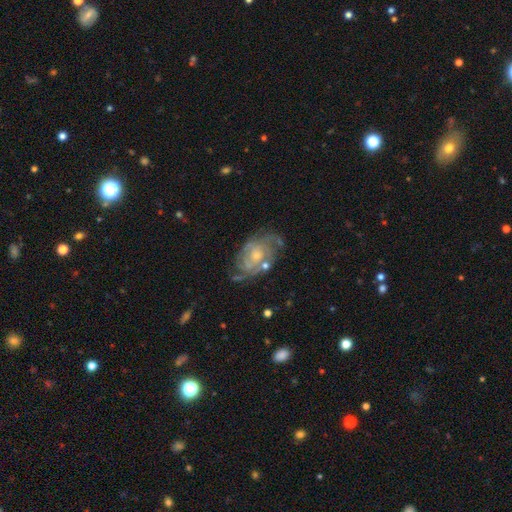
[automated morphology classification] Q: Smooth or featured?
A: featured or disk (81%); runner-up: smooth (12%)
Q: Edge-on disk?
A: no (97%); runner-up: yes (3%)
Q: Bar?
A: no (71%); runner-up: weak (25%)
Q: Spiral arms?
A: yes (91%); runner-up: no (9%)
Q: Spiral winding?
A: tight (56%); runner-up: medium (33%)
Q: Spiral arm count?
A: can't tell (38%); runner-up: 2 (21%)
Q: Bulge size?
A: small (59%); runner-up: moderate (34%)
Q: Merging?
A: none (60%); runner-up: minor disturbance (22%)